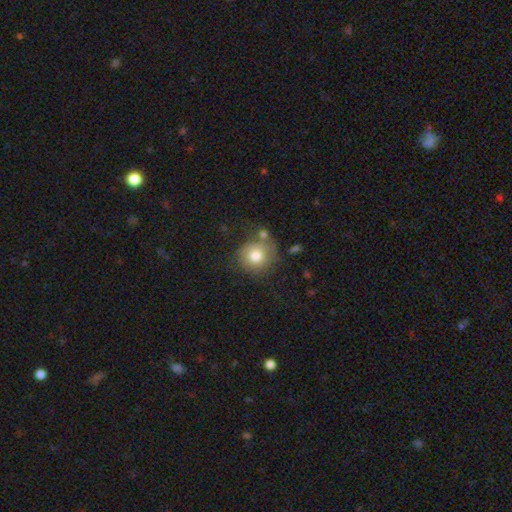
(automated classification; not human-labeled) The model was most divided on "merging": none: 58%, minor disturbance: 21%, merger: 11%, major disturbance: 10%. More confident: how rounded — round (86%); smooth or featured — smooth (77%).